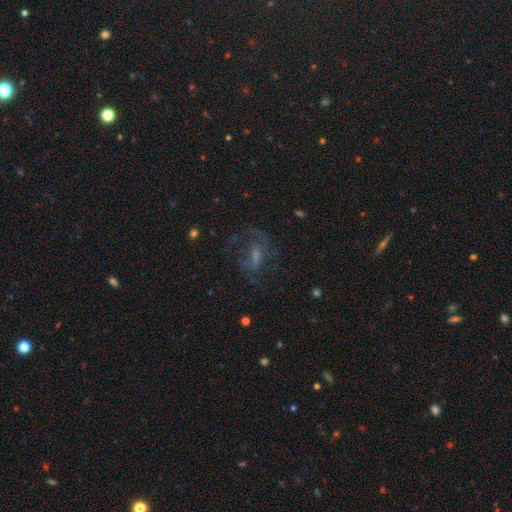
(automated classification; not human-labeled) featured or disk 57%, smooth 25%, star or artifact 18%. Down the decision tree: edge-on disk — no (93%); bar — weak (44%); spiral arms — yes (66%); bulge size — moderate (33%); merging — none (49%).